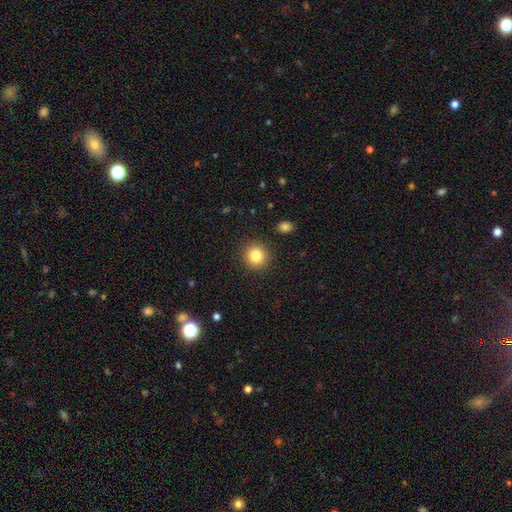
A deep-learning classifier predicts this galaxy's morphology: smooth 83%, star or artifact 10%, featured or disk 7%. Down the decision tree: how rounded — round (93%); merging — none (91%).